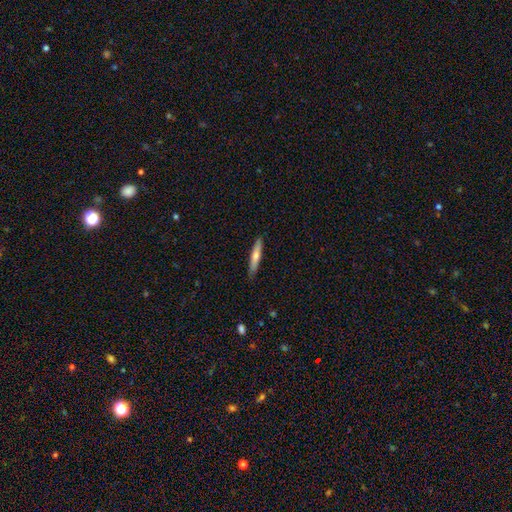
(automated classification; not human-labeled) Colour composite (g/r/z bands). It shows a smooth galaxy with no disk features (59%) that is cigar-shaped (90%). Merging: none (89%).